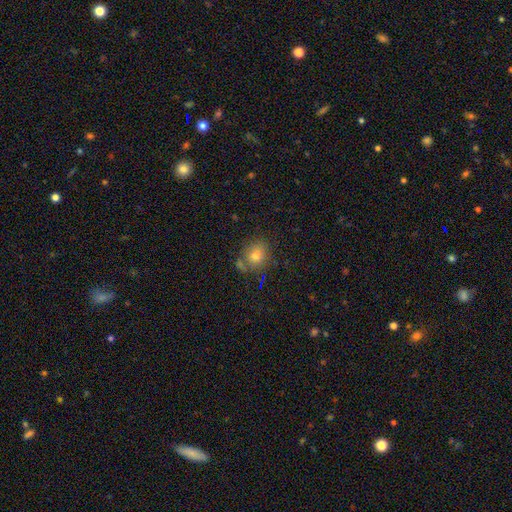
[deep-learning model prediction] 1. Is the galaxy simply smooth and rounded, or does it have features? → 76% smooth, 13% star or artifact, 10% featured or disk.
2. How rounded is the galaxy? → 75% round, 24% in between, 1% cigar-shaped.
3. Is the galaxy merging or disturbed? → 68% none, 15% minor disturbance, 13% merger, 4% major disturbance.